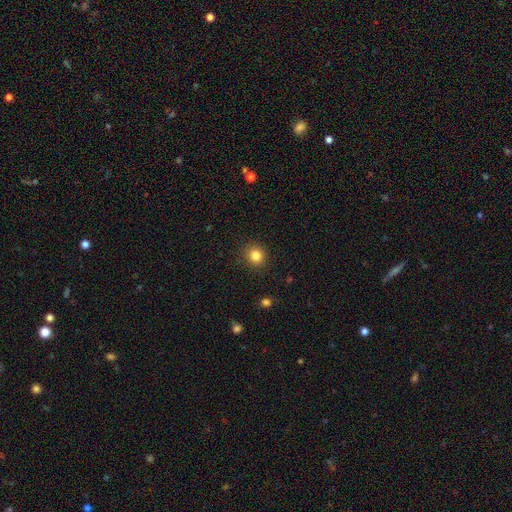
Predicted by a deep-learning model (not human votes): A smooth galaxy with no disk features (83%) that is round (90%). Merging: none (90%).